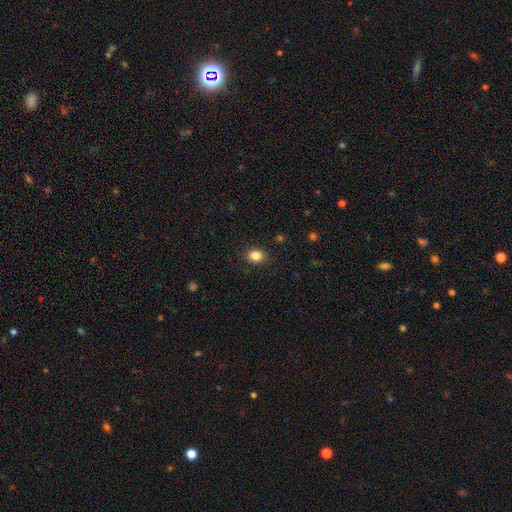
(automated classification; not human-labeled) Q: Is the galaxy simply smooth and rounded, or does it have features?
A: smooth — 85%.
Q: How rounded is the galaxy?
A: round — 52%.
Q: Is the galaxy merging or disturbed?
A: none — 89%.